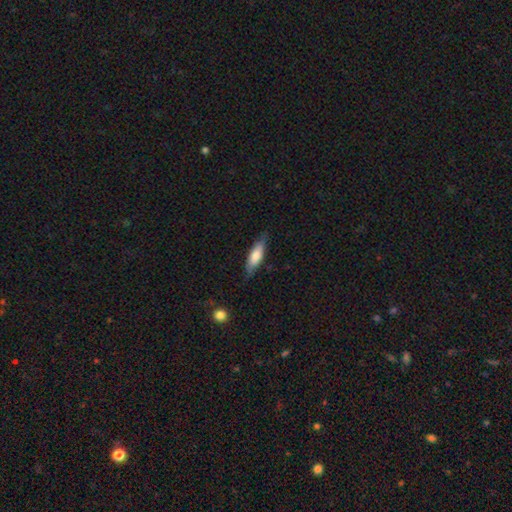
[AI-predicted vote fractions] Overall: smooth (73%). How rounded: cigar-shaped (51%; in between 48%). Merging: none (78%).